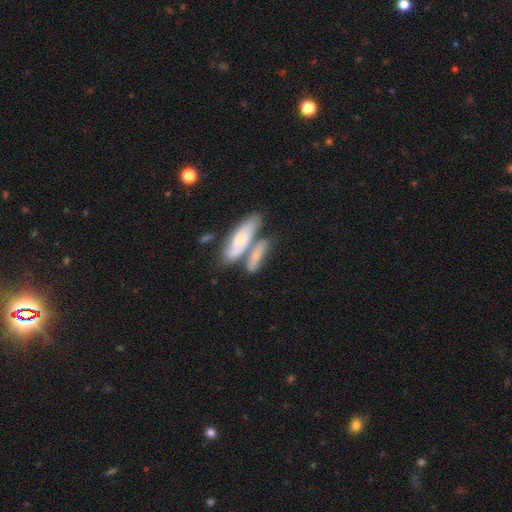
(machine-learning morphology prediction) type=smooth (58%); roundness=cigar-shaped (53%); merging=merger (41%, tied with none).